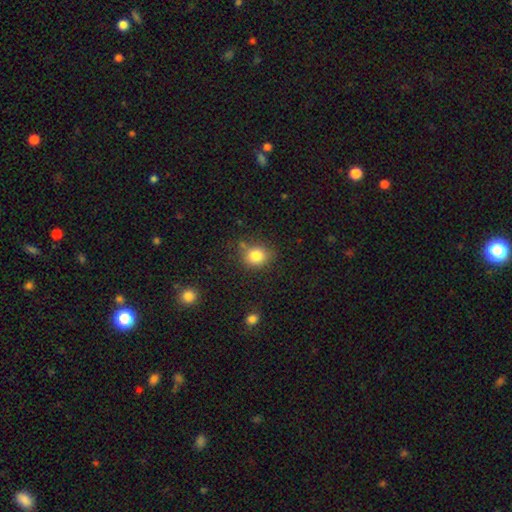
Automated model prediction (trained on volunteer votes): Smooth or featured? Predicted: smooth (p=0.82). How rounded? Predicted: round (p=0.68). Merging? Predicted: none (p=0.71).